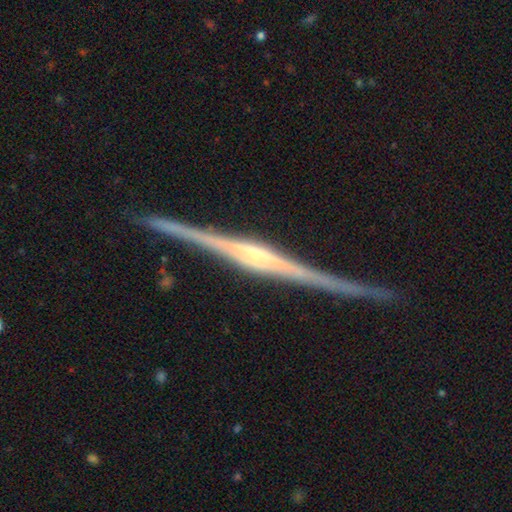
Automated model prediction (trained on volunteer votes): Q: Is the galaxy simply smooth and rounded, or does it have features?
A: featured or disk — 90%.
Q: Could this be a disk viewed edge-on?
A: yes — 99%.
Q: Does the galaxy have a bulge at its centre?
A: rounded — 55%.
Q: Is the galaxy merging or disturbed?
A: none — 89%.